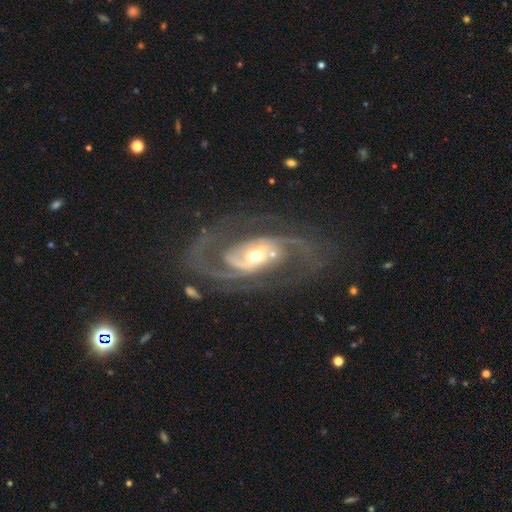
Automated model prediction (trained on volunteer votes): smooth_or_featured: featured or disk (p=0.90) [alt: smooth p=0.05]
disk_edge_on: no (p=0.96) [alt: yes p=0.04]
bar: no (p=0.44) [alt: weak p=0.34]
has_spiral_arms: yes (p=0.96) [alt: no p=0.04]
spiral_winding: medium (p=0.49) [alt: tight p=0.32]
spiral_arm_count: 2 (p=0.61) [alt: 3 p=0.16]
bulge_size: moderate (p=0.68) [alt: small p=0.20]
merging: none (p=0.63) [alt: major disturbance p=0.17]